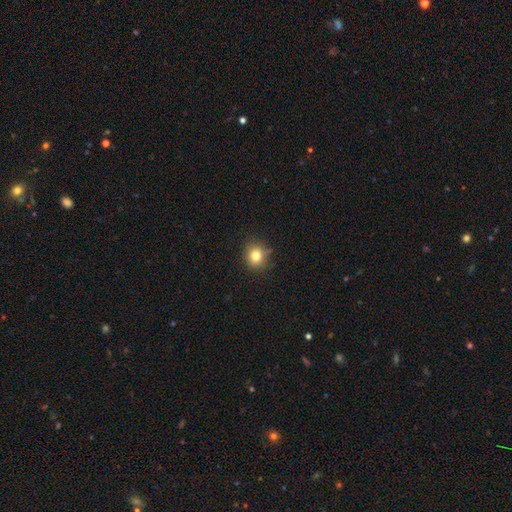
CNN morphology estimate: Smooth or featured: smooth — 80% (star or artifact — 13%)
How rounded: round — 84% (in between — 15%)
Merging: none — 82% (minor disturbance — 14%)